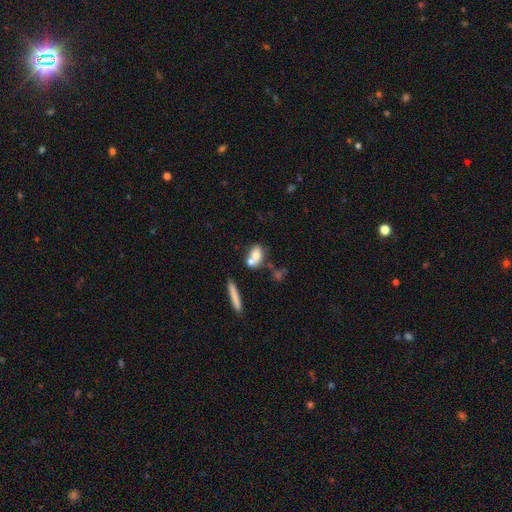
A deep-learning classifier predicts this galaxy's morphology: A smooth galaxy with no disk features (70%) that is in between round and cigar-shaped (69%). Merging: merger (44%).